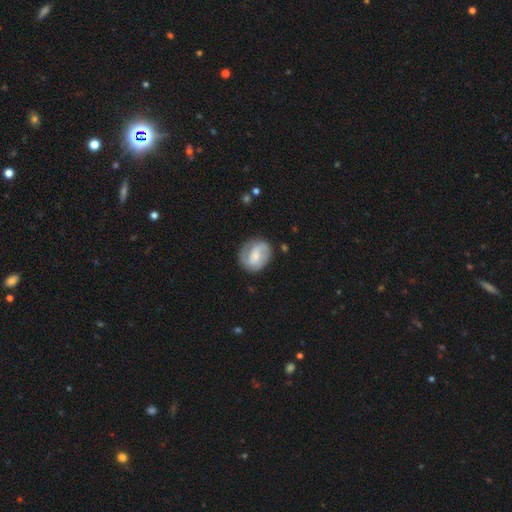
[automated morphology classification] This appears to be a featured or disk galaxy (66%) with a weak bar (46%), 2 (75%) medium (44%) spiral arms (89%) and a small central bulge (44%). Merging: none (74%).